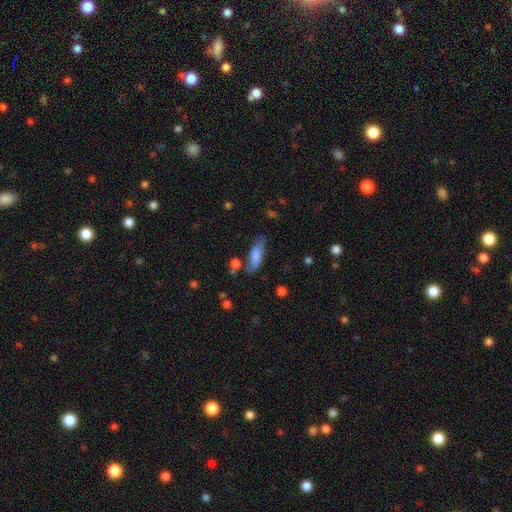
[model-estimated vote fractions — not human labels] This appears to be a smooth galaxy with no disk features (77%) that is in between round and cigar-shaped (61%). Merging: none (65%).